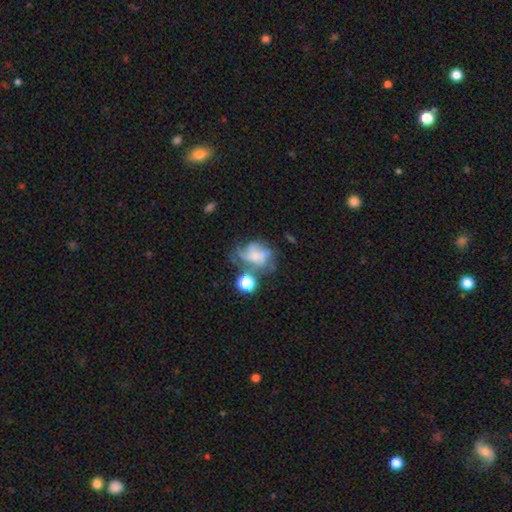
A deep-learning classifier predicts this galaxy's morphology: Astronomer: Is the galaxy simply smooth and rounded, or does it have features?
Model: featured or disk — 55% (runner-up: smooth, 31%).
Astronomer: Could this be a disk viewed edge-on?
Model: no — 97%.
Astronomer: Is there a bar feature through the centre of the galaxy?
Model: no — 77%.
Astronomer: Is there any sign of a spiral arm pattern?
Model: yes — 60% (runner-up: no, 40%).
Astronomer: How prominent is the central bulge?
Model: small — 35% (runner-up: none, 33%).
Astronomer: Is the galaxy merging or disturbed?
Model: major disturbance — 34% (runner-up: none, 32%).